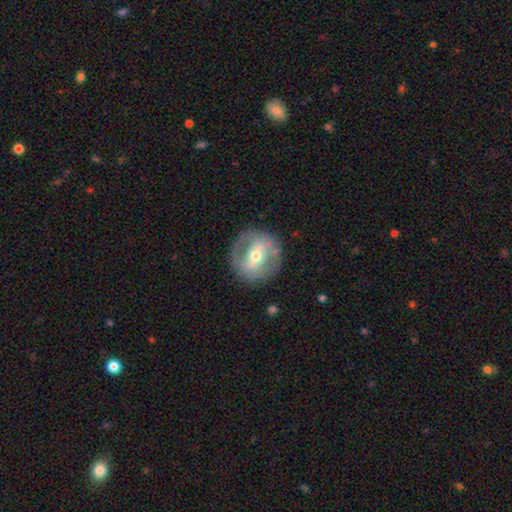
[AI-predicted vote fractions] Smooth or featured? featured or disk (67%)
Edge-on disk? no (94%)
Bar? strong (42%)
Spiral arms? yes (51%)
Bulge size? moderate (66%)
Merging? none (82%)